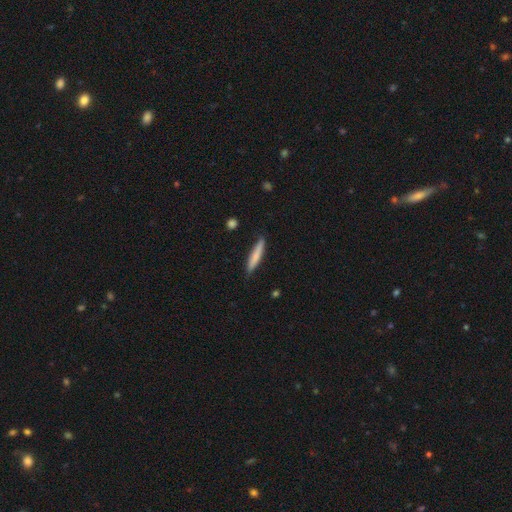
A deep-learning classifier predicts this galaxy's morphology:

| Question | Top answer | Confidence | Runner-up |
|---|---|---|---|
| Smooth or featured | smooth | 77% | featured or disk (18%) |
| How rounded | cigar-shaped | 91% | in between (8%) |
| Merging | none | 86% | minor disturbance (10%) |